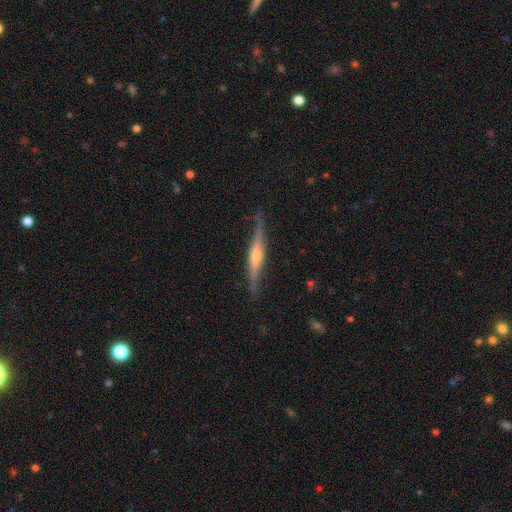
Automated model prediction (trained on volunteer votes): This is likely a featured or disk galaxy (73%). It is clearly viewed edge-on (96%). Edge-on bulge: likely rounded (66%). Merging: clearly none (81%).